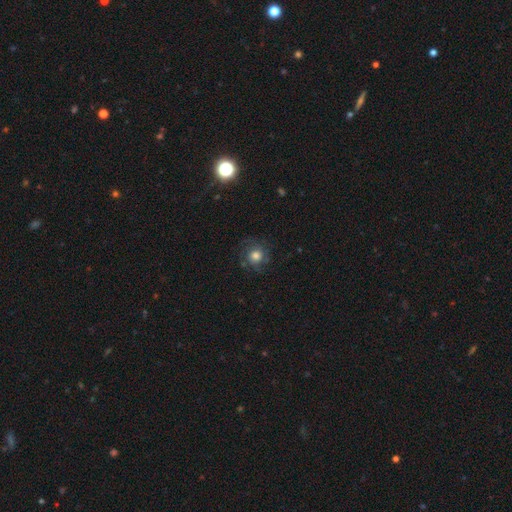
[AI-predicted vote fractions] Smooth or featured?
  - smooth: 55% *
  - featured or disk: 32%
  - star or artifact: 13%
How rounded?
  - round: 90% *
  - in between: 9%
  - cigar-shaped: 1%
Merging?
  - none: 73% *
  - minor disturbance: 15%
  - major disturbance: 10%
  - merger: 2%